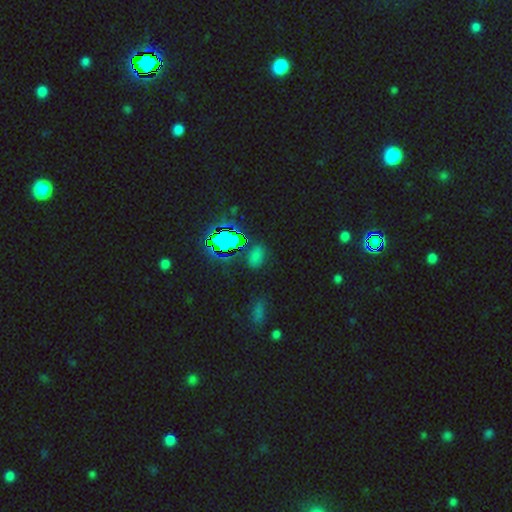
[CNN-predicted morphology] smooth_or_featured: star or artifact (p=0.49) [alt: smooth p=0.43]